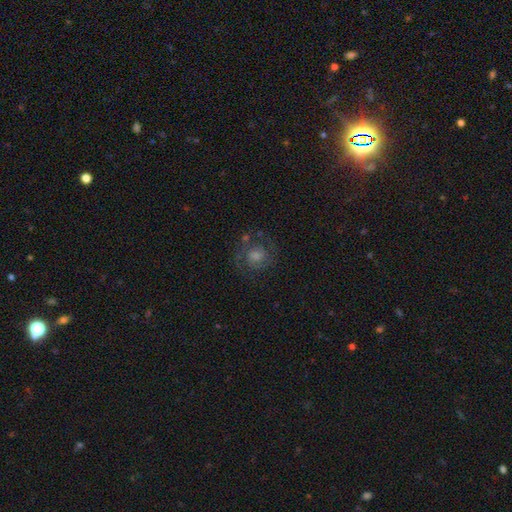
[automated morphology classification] Smooth or featured?
  - featured or disk: 63% *
  - smooth: 19%
  - star or artifact: 18%
Edge-on disk?
  - no: 98% *
  - yes: 2%
Bar?
  - no: 64% *
  - weak: 30%
  - strong: 6%
Spiral arms?
  - yes: 90% *
  - no: 10%
Spiral winding?
  - tight: 46% *
  - medium: 43%
  - loose: 11%
Spiral arm count?
  - 2: 71% *
  - can't tell: 15%
  - 3: 5%
  - 1: 4%
  - 4: 2%
  - more than 4: 2%
Bulge size?
  - moderate: 46% *
  - small: 23%
  - large: 19%
  - none: 9%
  - dominant: 3%
Merging?
  - none: 76% *
  - minor disturbance: 13%
  - major disturbance: 8%
  - merger: 3%